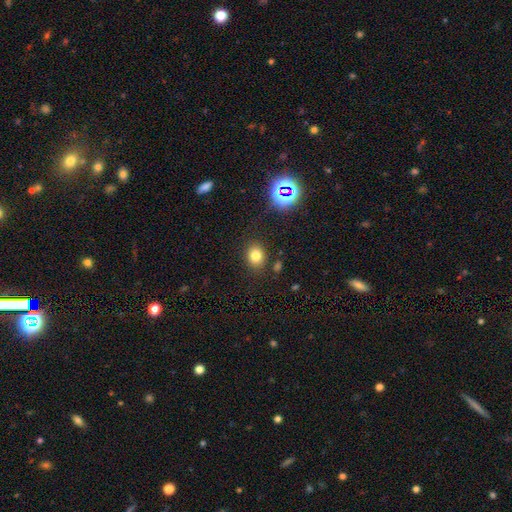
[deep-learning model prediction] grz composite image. It shows a smooth galaxy with no disk features (77%) that is round (57%). Merging: none (84%).